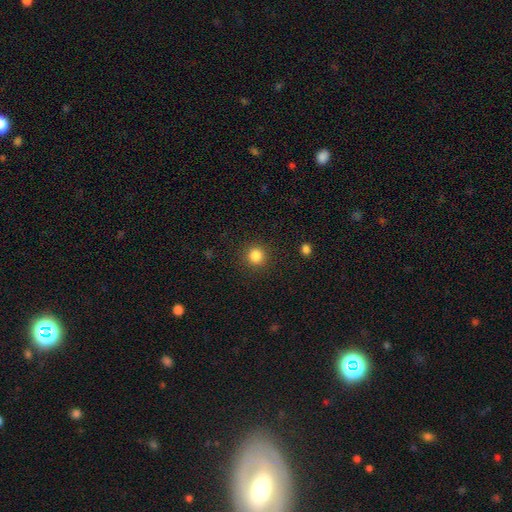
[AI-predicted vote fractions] Smooth or featured? Predicted: smooth (p=0.85). How rounded? Predicted: round (p=0.93). Merging? Predicted: none (p=0.91).